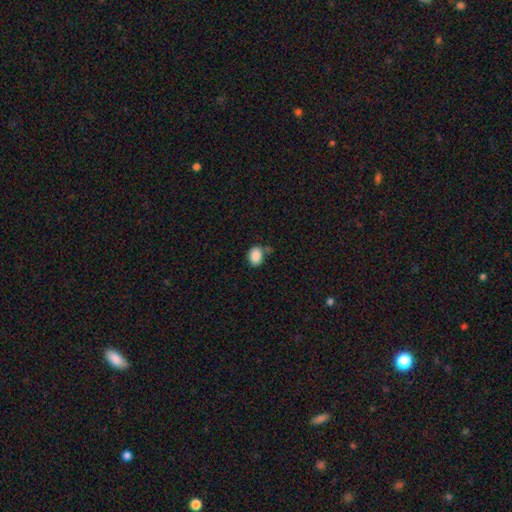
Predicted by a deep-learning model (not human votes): Q: Smooth or featured?
A: smooth (89%); runner-up: star or artifact (8%)
Q: How rounded?
A: in between (75%); runner-up: round (24%)
Q: Merging?
A: none (67%); runner-up: minor disturbance (19%)